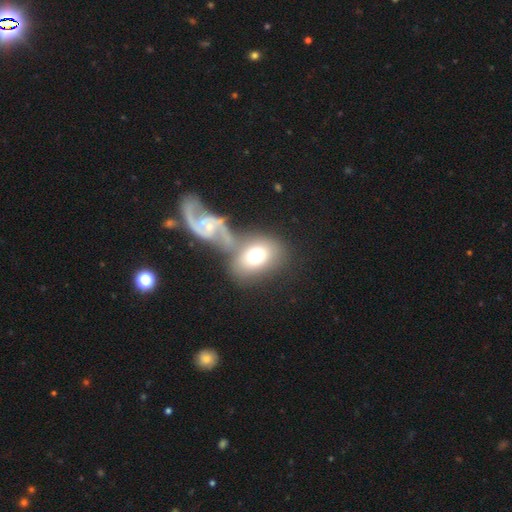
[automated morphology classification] smooth 68%, featured or disk 25%, star or artifact 7%. Down the decision tree: how rounded — in between (72%); merging — merger (41%).